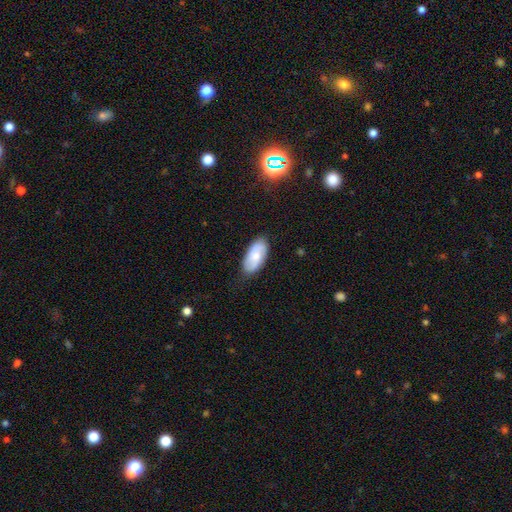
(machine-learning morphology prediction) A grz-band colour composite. It shows a smooth galaxy with no disk features (62%) that is in between round and cigar-shaped (92%). Merging: none (81%).